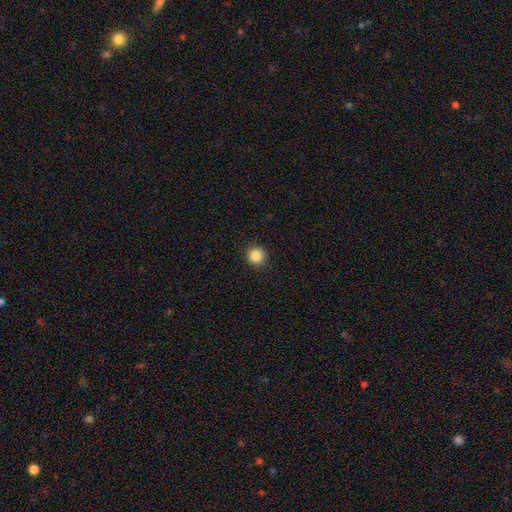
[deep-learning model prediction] A smooth galaxy with no disk features (86%) that is round (94%). Merging: none (92%).